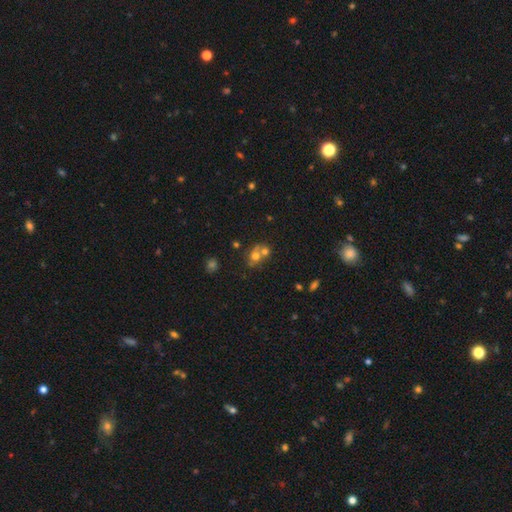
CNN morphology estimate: smooth 62%, featured or disk 22%, star or artifact 16%. Down the decision tree: how rounded — round (71%); merging — merger (53%).